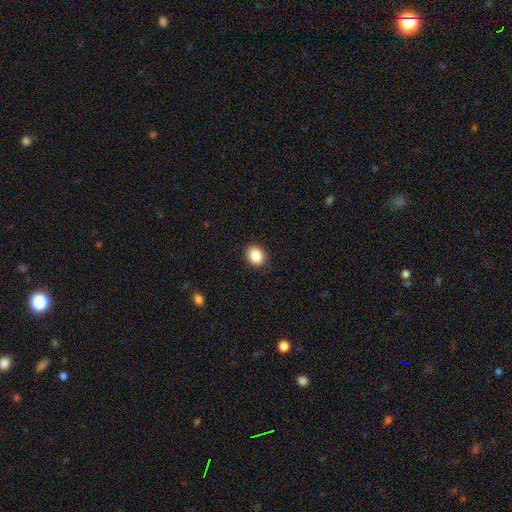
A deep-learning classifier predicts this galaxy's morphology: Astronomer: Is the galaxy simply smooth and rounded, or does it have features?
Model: smooth — 87%.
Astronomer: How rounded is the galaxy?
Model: round — 61% (runner-up: in between, 38%).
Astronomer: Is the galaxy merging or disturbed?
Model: none — 91%.